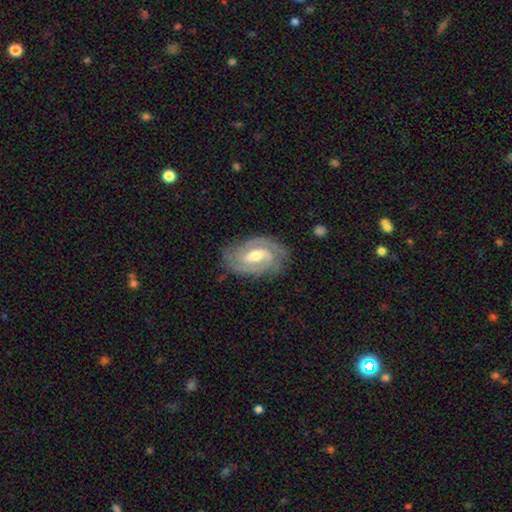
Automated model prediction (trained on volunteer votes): The model was most divided on "bar": weak: 48%, strong: 33%, no: 19%. More confident: spiral arms — yes (97%); edge-on disk — no (96%); smooth or featured — featured or disk (89%); merging — none (81%); spiral arm count — 2 (74%); bulge size — moderate (68%); spiral winding — tight (60%).